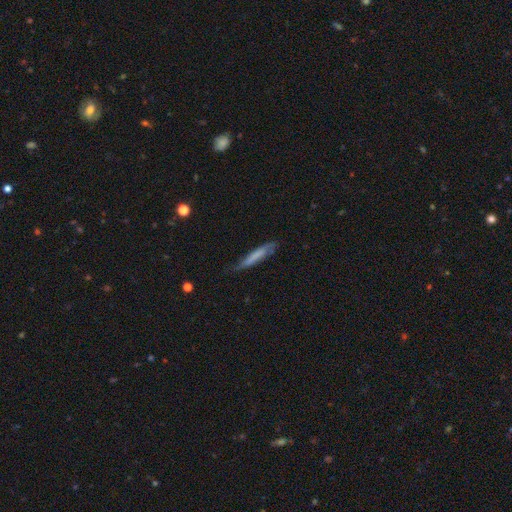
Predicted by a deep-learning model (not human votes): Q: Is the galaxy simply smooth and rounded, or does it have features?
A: smooth — 61%.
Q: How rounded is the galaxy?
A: cigar-shaped — 92%.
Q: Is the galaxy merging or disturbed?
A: none — 65%.